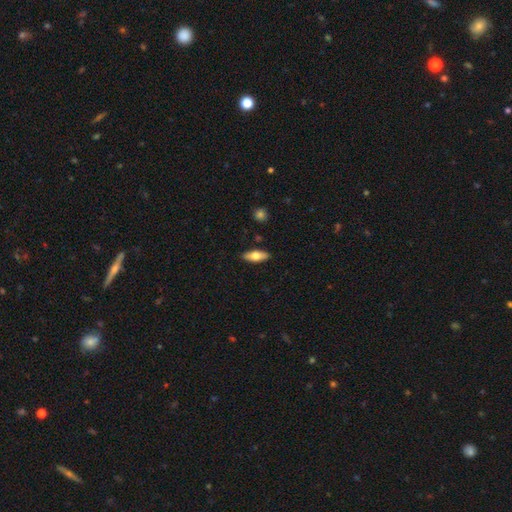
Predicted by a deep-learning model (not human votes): The model was most divided on "smooth or featured": smooth: 66%, featured or disk: 28%, star or artifact: 6%. More confident: merging — none (88%); how rounded — in between (72%).